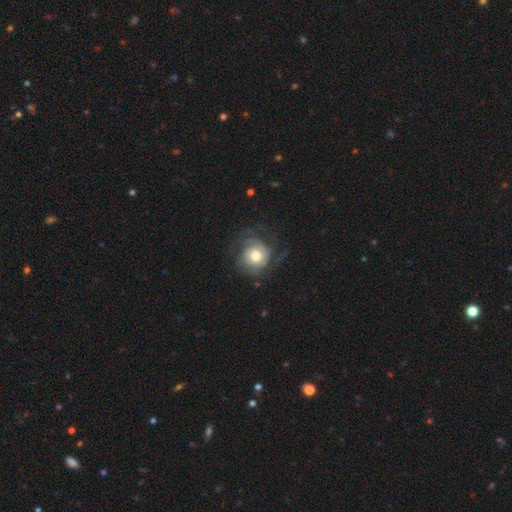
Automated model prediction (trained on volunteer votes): smooth-or-featured: featured or disk: 61% | smooth: 31% | star or artifact: 8%
  disk-edge-on: no: 97% | yes: 3%
    bar: no: 79% | weak: 18% | strong: 3%
    has-spiral-arms: yes: 85% | no: 15%
      spiral-winding: tight: 50% | medium: 32% | loose: 18%
      spiral-arm-count: can't tell: 38% | 2: 22% | 3: 19% | 1: 9% | 4: 7% | more than 4: 5%
    bulge-size: moderate: 58% | large: 31% | small: 8% | dominant: 3% | none: 1%
  merging: none: 61% | major disturbance: 20% | minor disturbance: 18% | merger: 1%